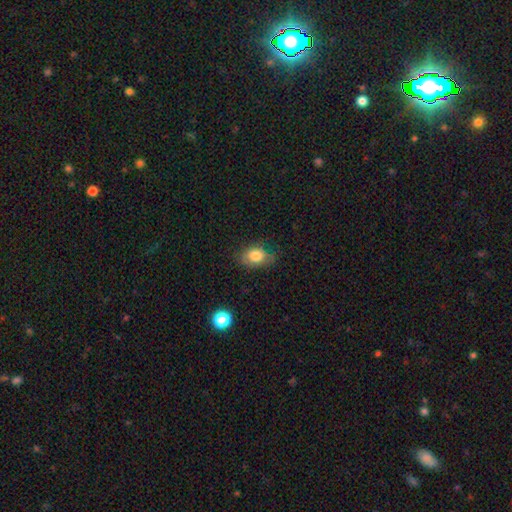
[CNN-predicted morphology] Overall: smooth (79%). How rounded: in between (79%). Merging: none (68%).